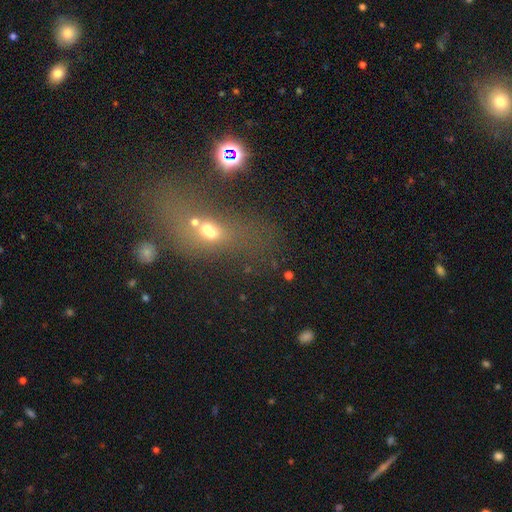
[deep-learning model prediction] smooth-or-featured: smooth: 41% | star or artifact: 36% | featured or disk: 22%
  merging: merger: 38% | none: 33% | major disturbance: 16% | minor disturbance: 13%